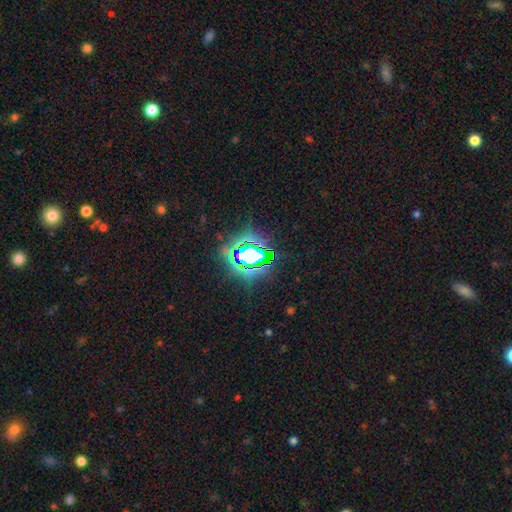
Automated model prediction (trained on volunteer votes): This is likely a star or artifact rather than a galaxy (75%).